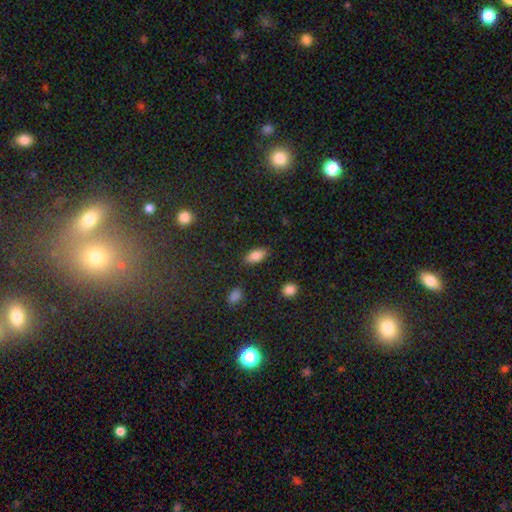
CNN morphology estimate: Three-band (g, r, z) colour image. It shows a smooth galaxy with no disk features (83%) that is in between round and cigar-shaped (88%). Merging: none (85%).